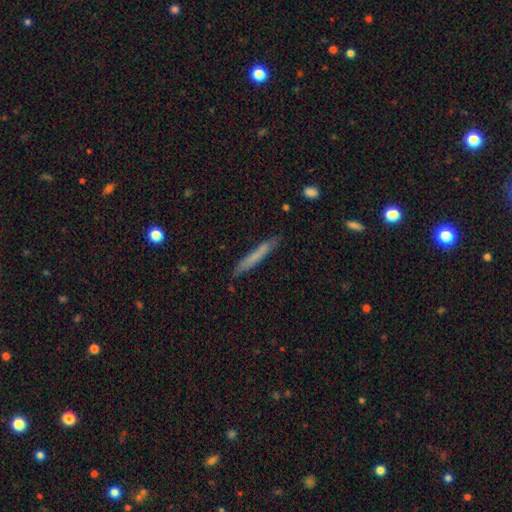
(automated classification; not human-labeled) smooth-or-featured: smooth: 63% | featured or disk: 31% | star or artifact: 6%
  how-rounded: cigar-shaped: 96% | in between: 3% | round: 1%
  merging: none: 84% | minor disturbance: 12% | major disturbance: 2% | merger: 2%